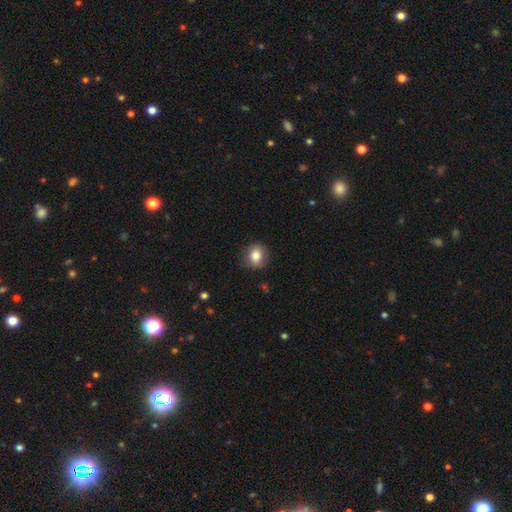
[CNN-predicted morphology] Smooth or featured: smooth — 81% (featured or disk — 10%)
How rounded: round — 71% (in between — 27%)
Merging: none — 84% (minor disturbance — 12%)